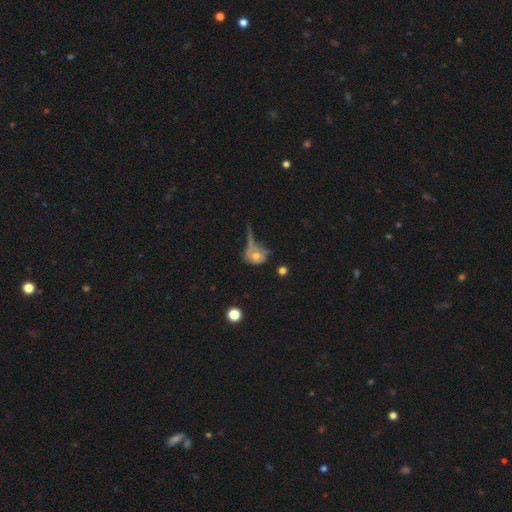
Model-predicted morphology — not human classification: Q: Smooth or featured?
A: smooth (59%); runner-up: featured or disk (30%)
Q: How rounded?
A: round (61%); runner-up: in between (36%)
Q: Merging?
A: none (32%); runner-up: major disturbance (28%)